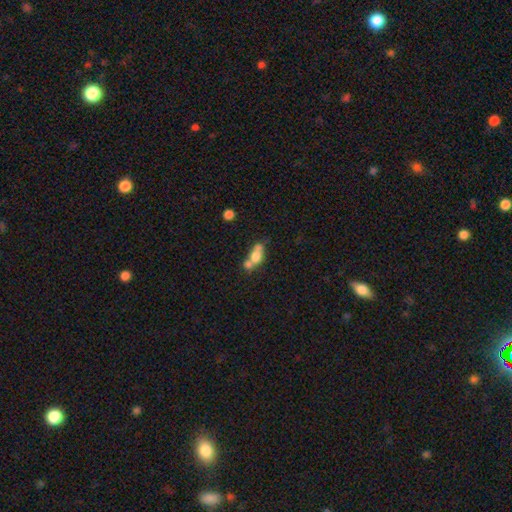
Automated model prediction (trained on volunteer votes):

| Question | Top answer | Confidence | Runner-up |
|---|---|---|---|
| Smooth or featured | smooth | 64% | featured or disk (26%) |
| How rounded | in between | 64% | round (25%) |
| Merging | merger | 58% | none (25%) |